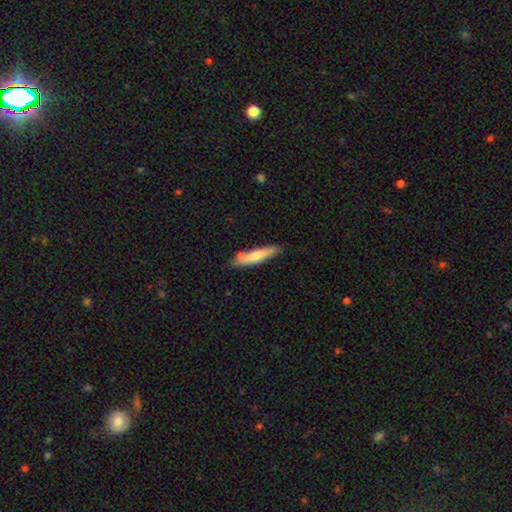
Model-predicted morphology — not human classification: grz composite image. It shows a smooth galaxy with no disk features (65%) that is cigar-shaped (85%). Merging: none (72%).